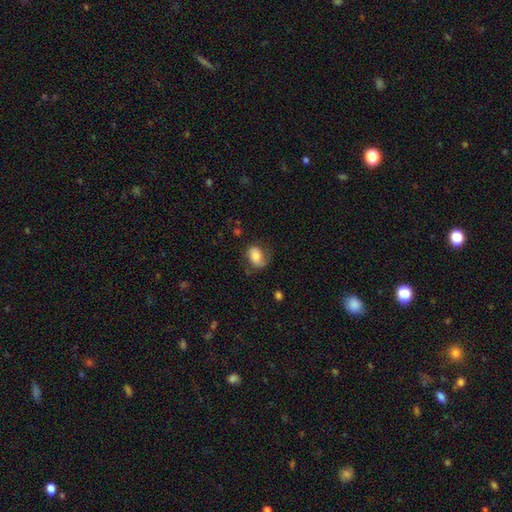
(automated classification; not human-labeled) The model was most divided on "merging": none: 52%, minor disturbance: 28%, major disturbance: 18%, merger: 2%. More confident: how rounded — in between (75%); smooth or featured — smooth (64%).